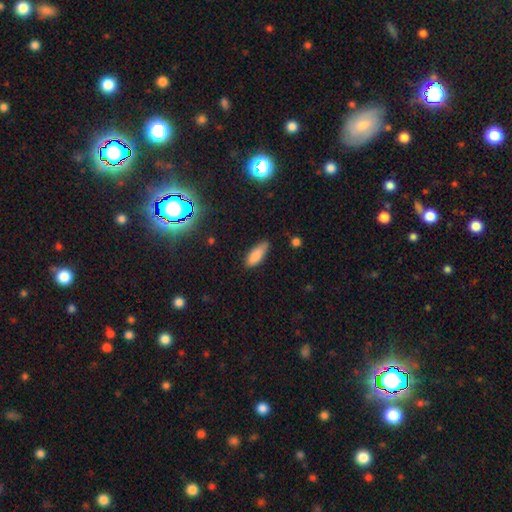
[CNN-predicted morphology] A smooth galaxy with no disk features (84%) that is in between round and cigar-shaped (72%).

Vote fractions:
- Smooth or featured? smooth: 84% / star or artifact: 8% / featured or disk: 8%
- How rounded? in between: 72% / cigar-shaped: 27% / round: 2%
- Merging? none: 70% / minor disturbance: 24% / major disturbance: 4% / merger: 2%